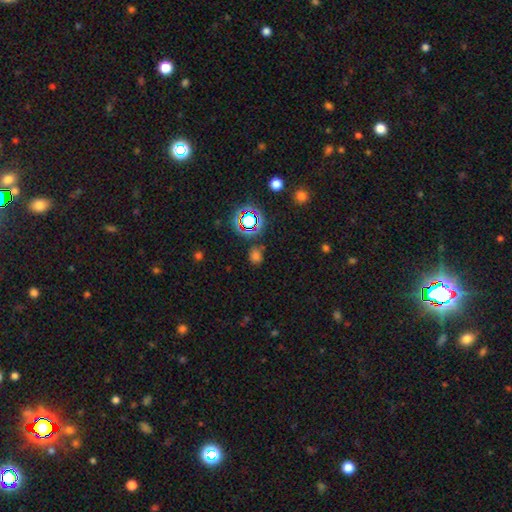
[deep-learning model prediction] Morphology: type=smooth (59%); roundness=round (74%); merging=none (78%).